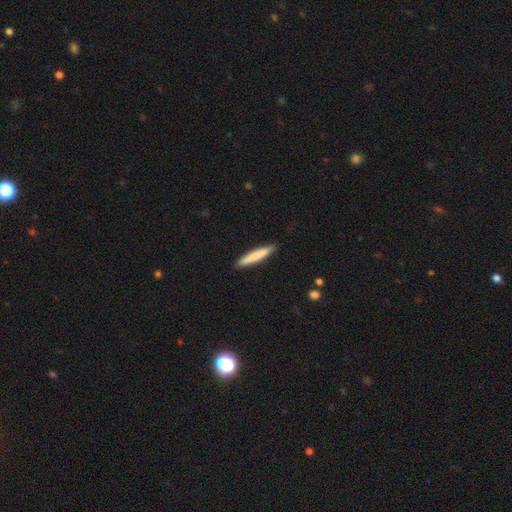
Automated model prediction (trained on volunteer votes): Smooth or featured? smooth (77%)
How rounded? cigar-shaped (94%)
Merging? none (88%)